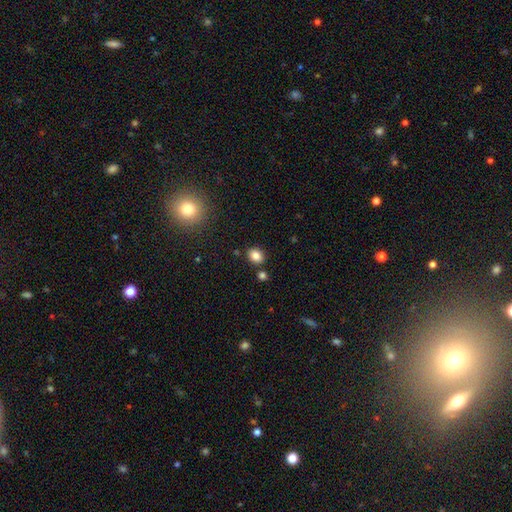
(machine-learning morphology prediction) Smooth or featured?
  - smooth: 84% *
  - star or artifact: 11%
  - featured or disk: 5%
How rounded?
  - round: 53% *
  - in between: 46%
  - cigar-shaped: 1%
Merging?
  - none: 82% *
  - minor disturbance: 9%
  - merger: 7%
  - major disturbance: 2%